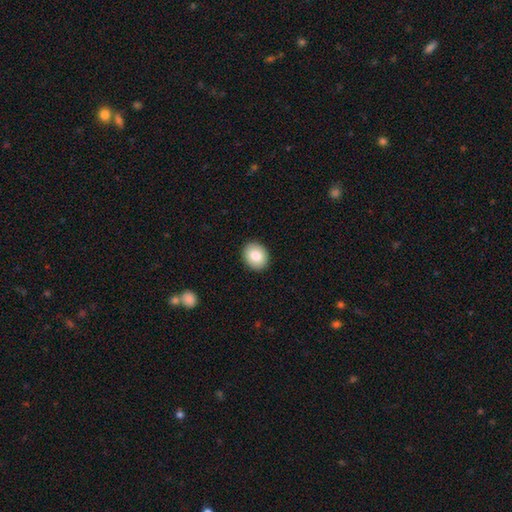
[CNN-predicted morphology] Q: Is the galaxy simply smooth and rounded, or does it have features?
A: smooth — 82%.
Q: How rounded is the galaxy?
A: round — 58%.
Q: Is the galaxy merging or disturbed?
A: none — 91%.